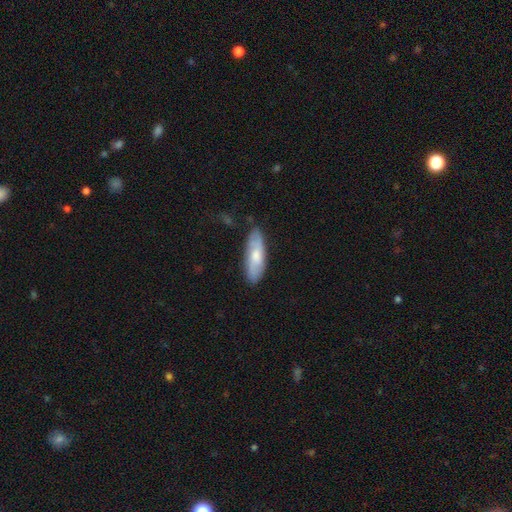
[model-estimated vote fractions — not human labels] A smooth galaxy with no disk features (61%) that is in between round and cigar-shaped (61%).

Vote fractions:
- Smooth or featured? smooth: 61% / featured or disk: 33% / star or artifact: 6%
- How rounded? in between: 61% / cigar-shaped: 37% / round: 2%
- Merging? none: 81% / minor disturbance: 15% / major disturbance: 3% / merger: 2%